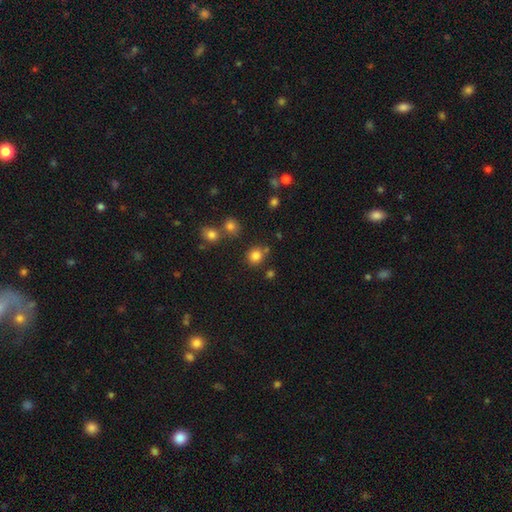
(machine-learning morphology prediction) This is clearly a smooth galaxy (81%). How rounded: clearly round (87%). Merging: likely none (76%).